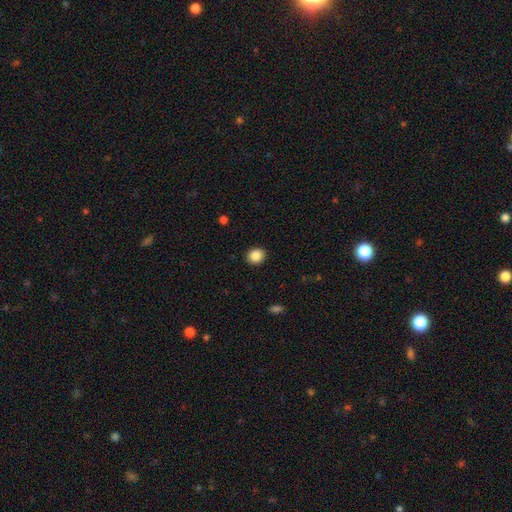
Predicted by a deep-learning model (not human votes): smooth-or-featured: smooth: 87% | star or artifact: 9% | featured or disk: 4%
  how-rounded: round: 78% | in between: 21% | cigar-shaped: 1%
  merging: none: 91% | minor disturbance: 6% | major disturbance: 2% | merger: 1%